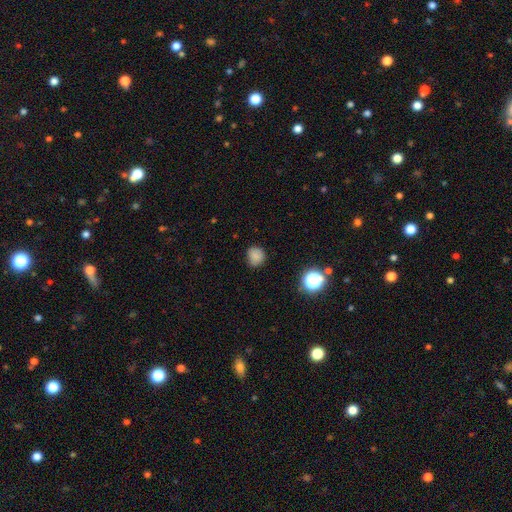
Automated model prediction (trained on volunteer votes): smooth-or-featured: smooth: 79% | star or artifact: 14% | featured or disk: 6%
  how-rounded: round: 83% | in between: 16% | cigar-shaped: 1%
  merging: none: 77% | minor disturbance: 18% | major disturbance: 4% | merger: 2%